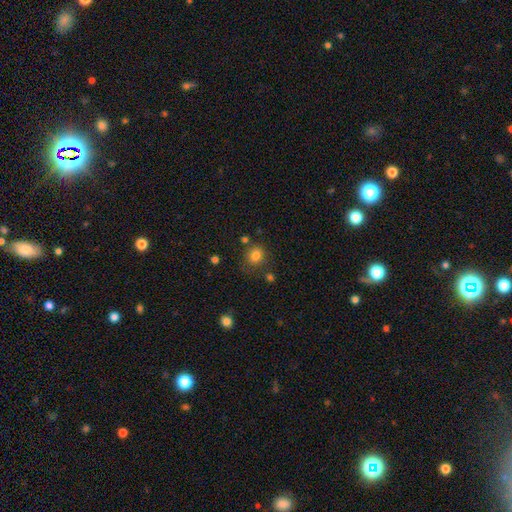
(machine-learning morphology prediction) This is likely a smooth galaxy (79%). How rounded: likely round (75%). Merging: likely none (73%).